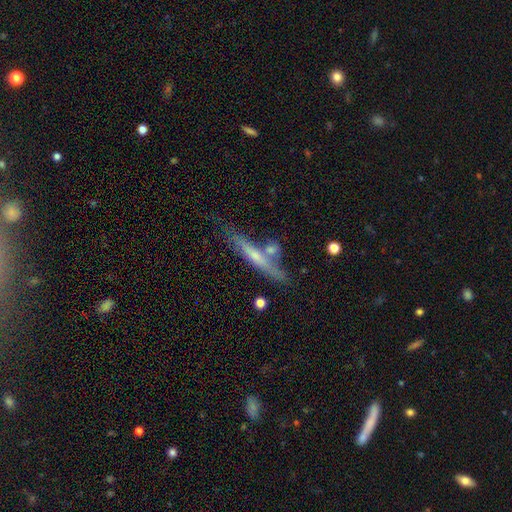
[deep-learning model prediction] featured or disk 55%, smooth 39%, star or artifact 7%. Down the decision tree: edge-on disk — yes (92%); edge-on bulge — rounded (53%); merging — none (68%).